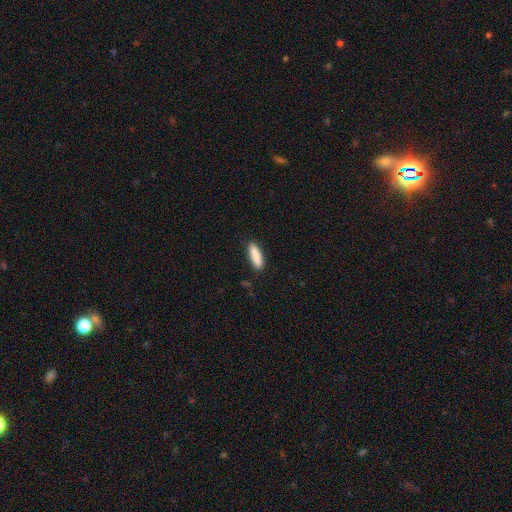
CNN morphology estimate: This is clearly a smooth galaxy (89%). How rounded: possibly cigar-shaped (58%). Merging: clearly none (89%).